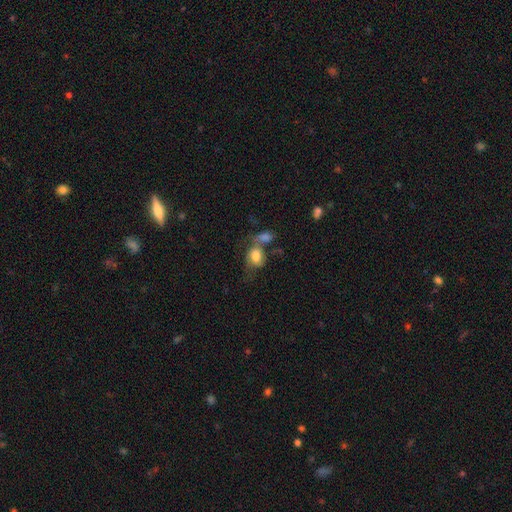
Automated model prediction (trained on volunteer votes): smooth 74%, featured or disk 17%, star or artifact 9%. Down the decision tree: how rounded — in between (70%); merging — merger (44%).